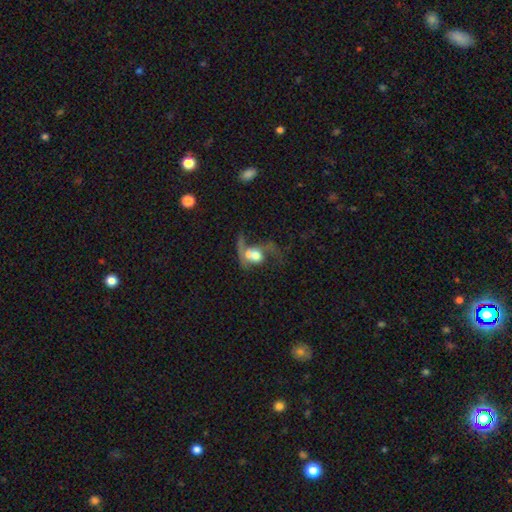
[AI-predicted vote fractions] Smooth or featured? featured or disk (48%)
Merging? merger (41%)